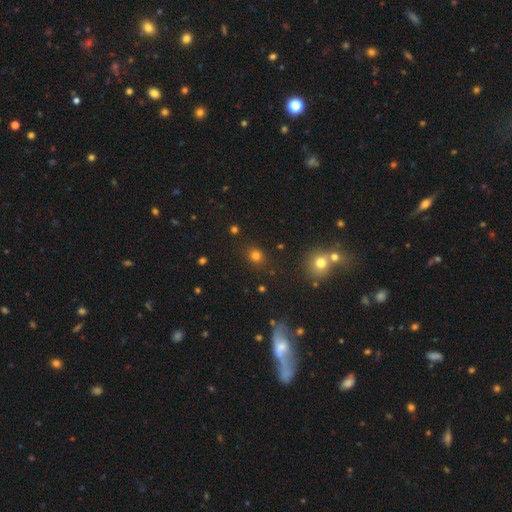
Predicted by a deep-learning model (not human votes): This is likely a smooth galaxy (76%). How rounded: likely round (74%). Merging: clearly none (86%).